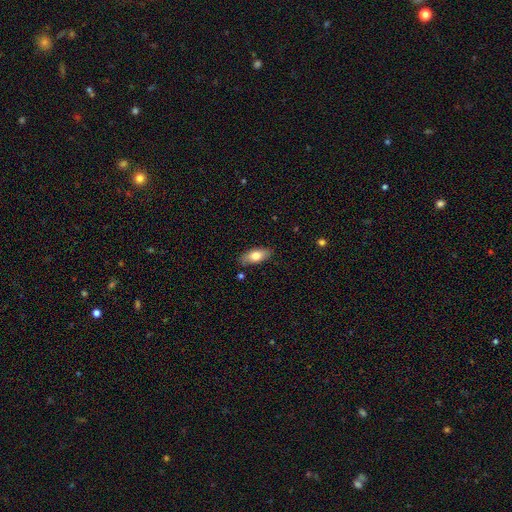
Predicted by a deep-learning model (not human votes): Smooth or featured: smooth — 71% (featured or disk — 22%)
How rounded: in between — 85% (cigar-shaped — 12%)
Merging: none — 82% (minor disturbance — 13%)